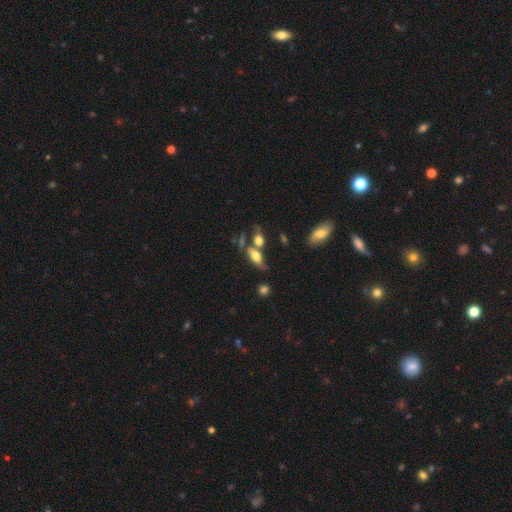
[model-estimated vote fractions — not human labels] This is possibly a smooth galaxy (55%). How rounded: likely in between (71%). Merging: marginally none (44%).